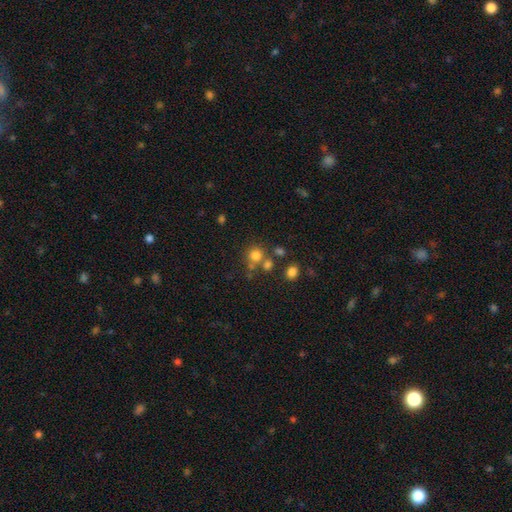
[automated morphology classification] A smooth galaxy with no disk features (75%) that is round (86%).

Vote fractions:
- Smooth or featured? smooth: 75% / star or artifact: 16% / featured or disk: 9%
- How rounded? round: 86% / in between: 13% / cigar-shaped: 1%
- Merging? none: 60% / merger: 26% / minor disturbance: 9% / major disturbance: 5%